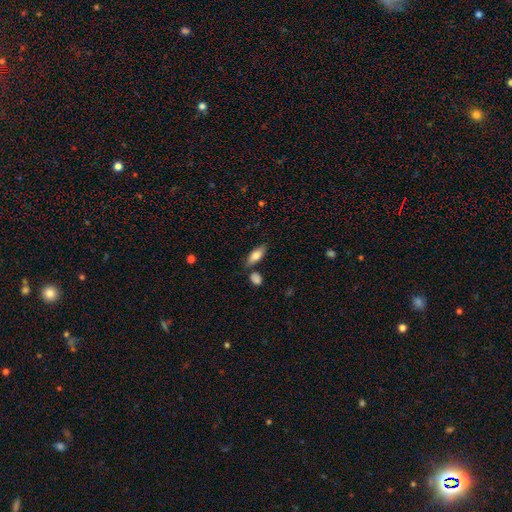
Morphology: type=smooth (79%); roundness=in between (73%); merging=none (63%).